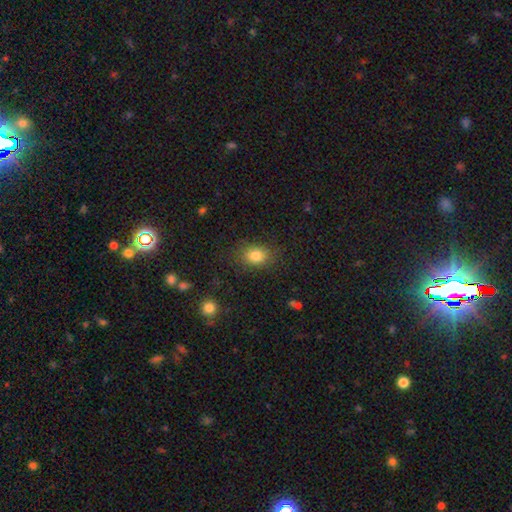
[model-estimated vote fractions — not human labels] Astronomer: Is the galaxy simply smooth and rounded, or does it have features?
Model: smooth — 81%.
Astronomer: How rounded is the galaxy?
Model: in between — 58% (runner-up: round, 41%).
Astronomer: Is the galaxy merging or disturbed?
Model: none — 82%.